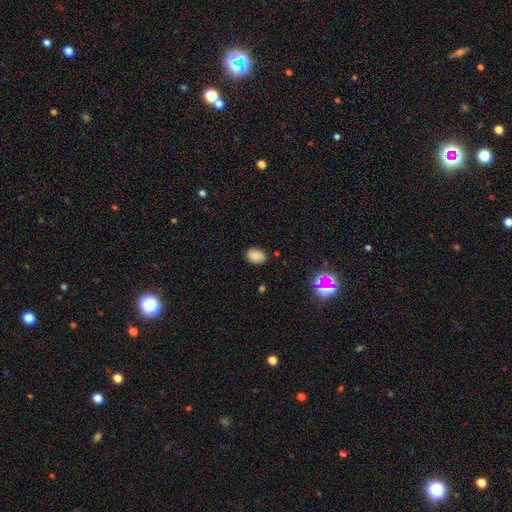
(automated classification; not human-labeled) This is clearly a smooth galaxy (84%). How rounded: clearly in between (81%). Merging: clearly none (84%).